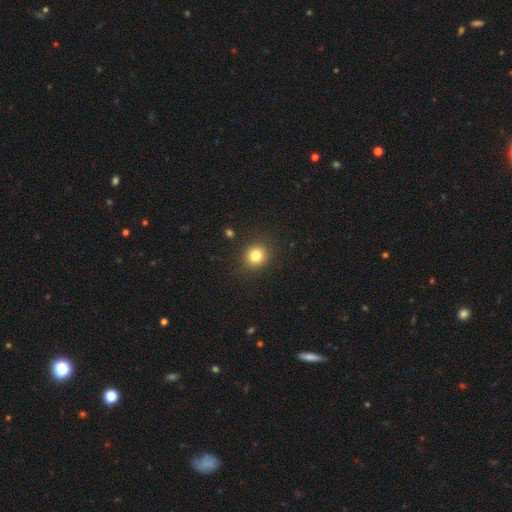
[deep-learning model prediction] Smooth or featured?
  - smooth: 81% *
  - star or artifact: 12%
  - featured or disk: 7%
How rounded?
  - round: 83% *
  - in between: 16%
  - cigar-shaped: 1%
Merging?
  - none: 89% *
  - minor disturbance: 7%
  - major disturbance: 3%
  - merger: 1%